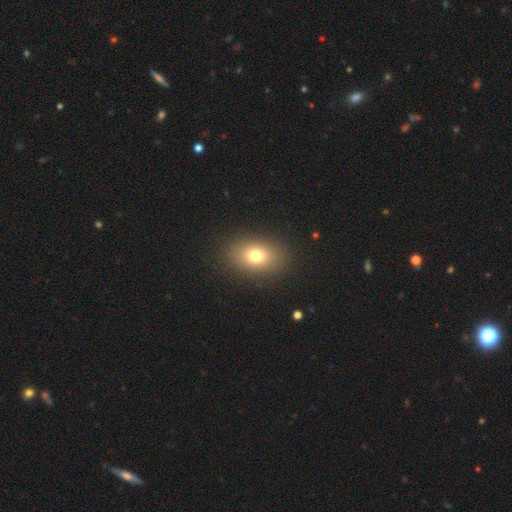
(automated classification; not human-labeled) A smooth galaxy with no disk features (75%) that is in between round and cigar-shaped (74%). Merging: none (88%).